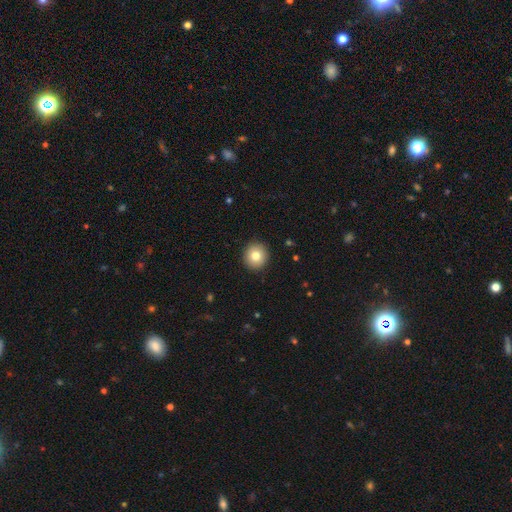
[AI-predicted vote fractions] Q: Smooth or featured?
A: smooth (81%); runner-up: featured or disk (10%)
Q: How rounded?
A: round (93%); runner-up: in between (6%)
Q: Merging?
A: none (92%); runner-up: minor disturbance (5%)